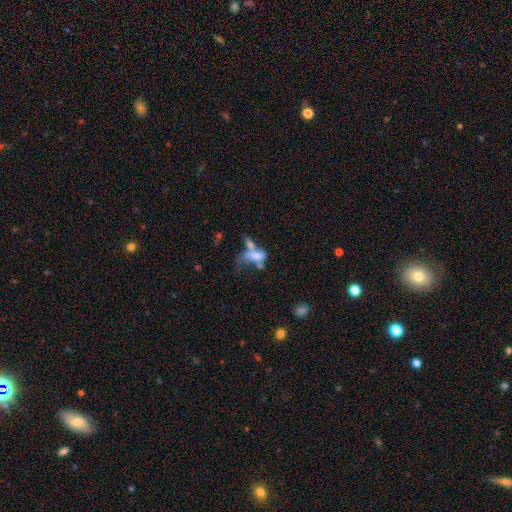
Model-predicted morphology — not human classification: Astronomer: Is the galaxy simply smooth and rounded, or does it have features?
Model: smooth — 48% (runner-up: featured or disk, 40%).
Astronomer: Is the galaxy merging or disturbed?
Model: merger — 49% (runner-up: major disturbance, 26%).